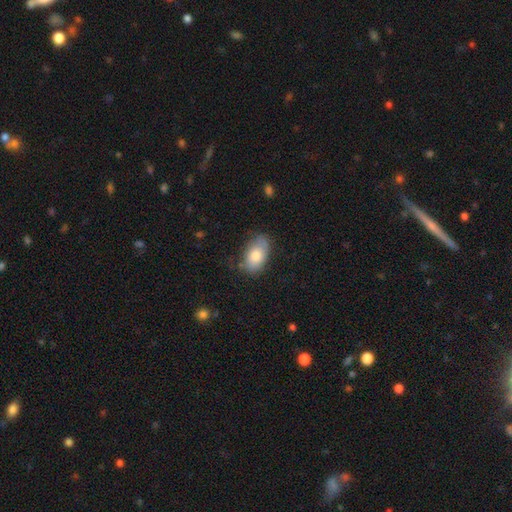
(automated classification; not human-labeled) Smooth or featured? smooth (76%)
How rounded? in between (92%)
Merging? none (69%)